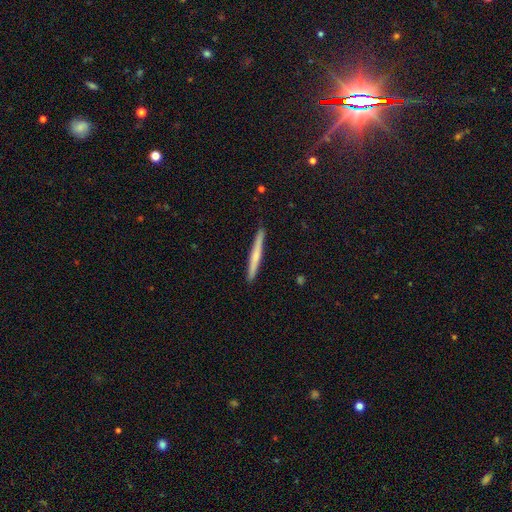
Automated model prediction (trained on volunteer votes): A smooth galaxy with no disk features (55%) that is cigar-shaped (97%). Merging: none (92%).